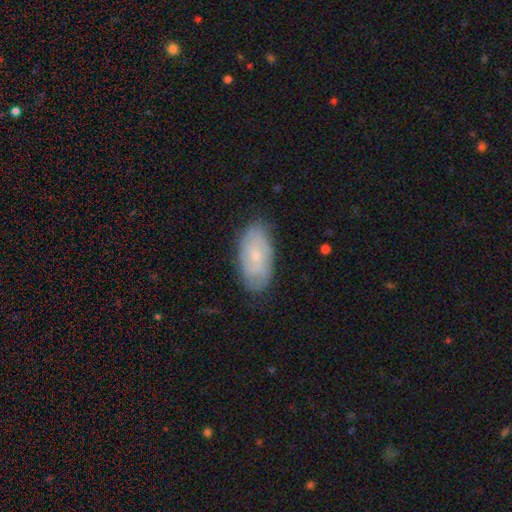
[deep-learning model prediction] Smooth or featured? featured or disk (51%)
Edge-on disk? no (92%)
Merging? none (78%)